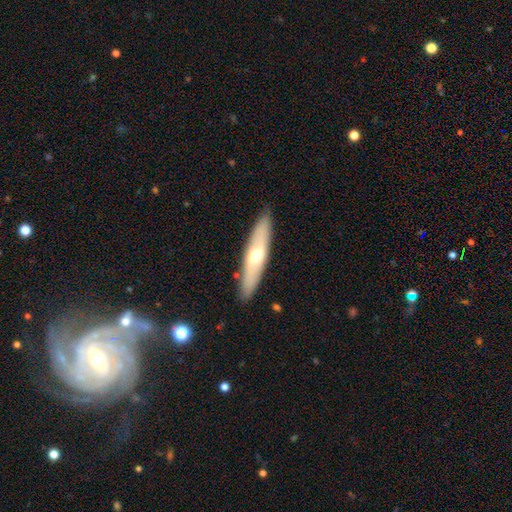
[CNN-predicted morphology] smooth_or_featured: featured or disk (p=0.48) [alt: smooth p=0.47]
merging: none (p=0.88) [alt: minor disturbance p=0.09]